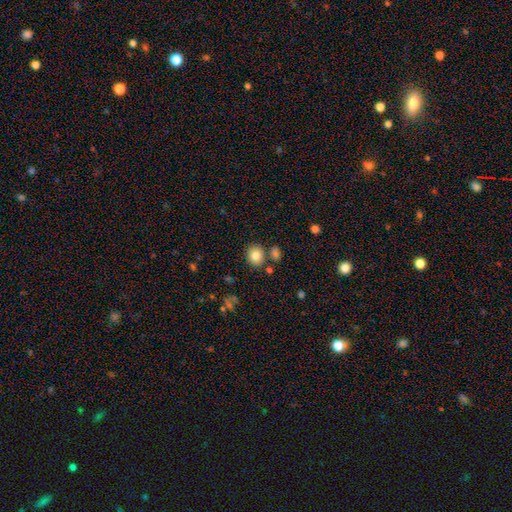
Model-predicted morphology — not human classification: A smooth galaxy with no disk features (82%) that is round (70%).

Vote fractions:
- Smooth or featured? smooth: 82% / star or artifact: 10% / featured or disk: 8%
- How rounded? round: 70% / in between: 29% / cigar-shaped: 1%
- Merging? none: 78% / minor disturbance: 10% / merger: 9% / major disturbance: 3%